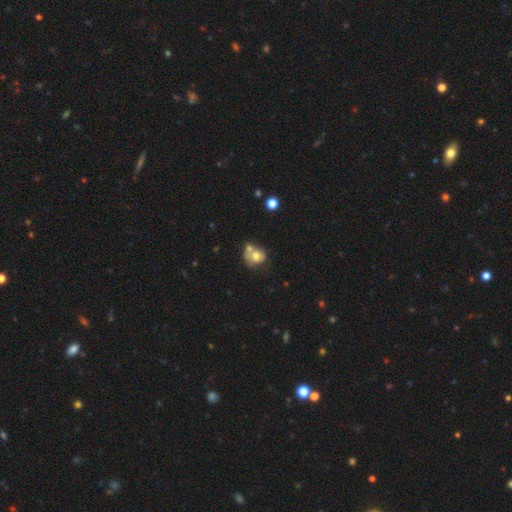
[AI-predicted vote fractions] Smooth or featured?
  - smooth: 64% *
  - featured or disk: 26%
  - star or artifact: 9%
How rounded?
  - round: 66% *
  - in between: 33%
  - cigar-shaped: 1%
Merging?
  - merger: 46% *
  - none: 28%
  - minor disturbance: 16%
  - major disturbance: 10%